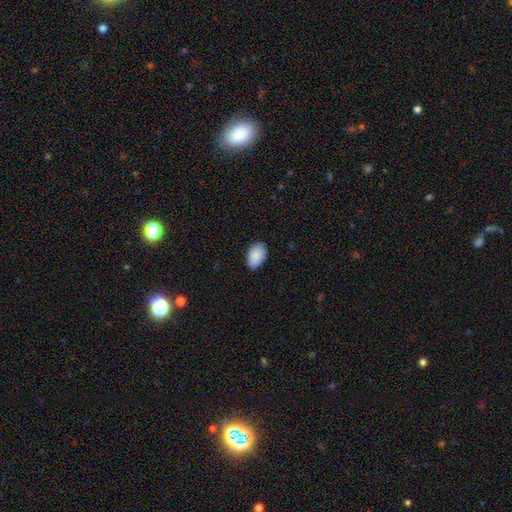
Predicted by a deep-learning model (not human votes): smooth-or-featured: smooth: 89% | star or artifact: 6% | featured or disk: 4%
  how-rounded: in between: 92% | round: 7% | cigar-shaped: 1%
  merging: none: 83% | minor disturbance: 14% | major disturbance: 2% | merger: 1%